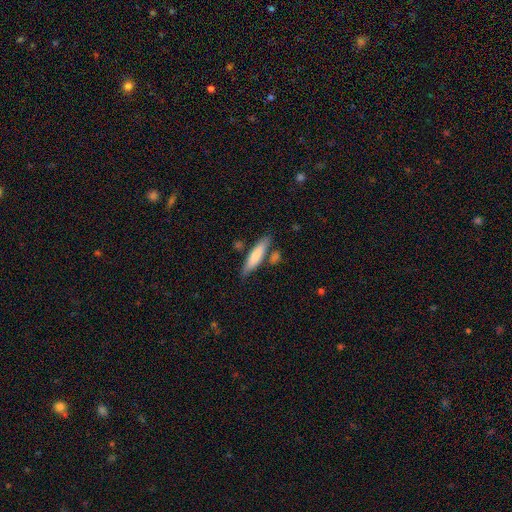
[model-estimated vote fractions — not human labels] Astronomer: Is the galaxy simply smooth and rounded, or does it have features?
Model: smooth — 75%.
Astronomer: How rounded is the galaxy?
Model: cigar-shaped — 79%.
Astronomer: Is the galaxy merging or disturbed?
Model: none — 75%.